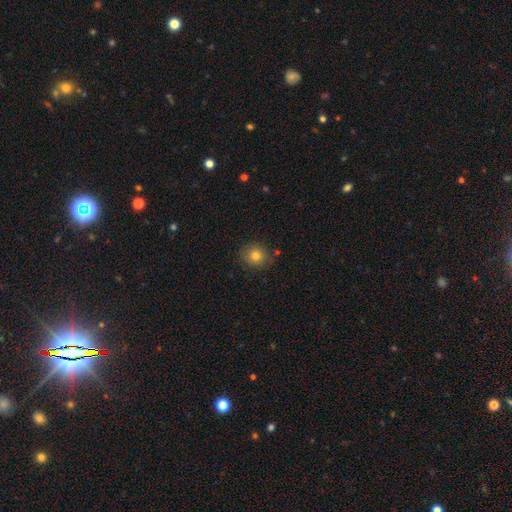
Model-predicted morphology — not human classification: smooth_or_featured: smooth (p=0.80) [alt: star or artifact p=0.12]
how_rounded: round (p=0.86) [alt: in between p=0.13]
merging: none (p=0.84) [alt: minor disturbance p=0.11]